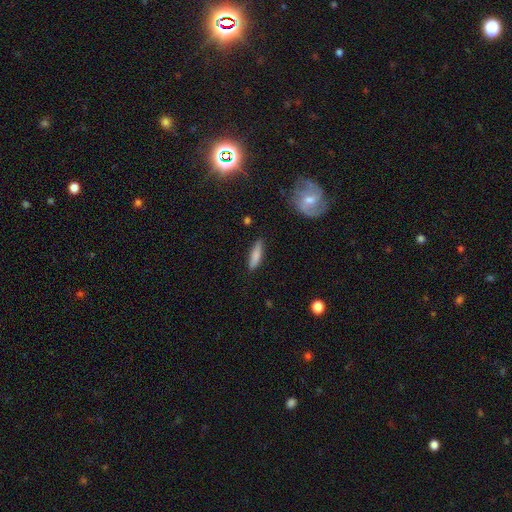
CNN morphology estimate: Q: Smooth or featured?
A: smooth (78%); runner-up: featured or disk (15%)
Q: How rounded?
A: cigar-shaped (72%); runner-up: in between (26%)
Q: Merging?
A: none (84%); runner-up: minor disturbance (12%)